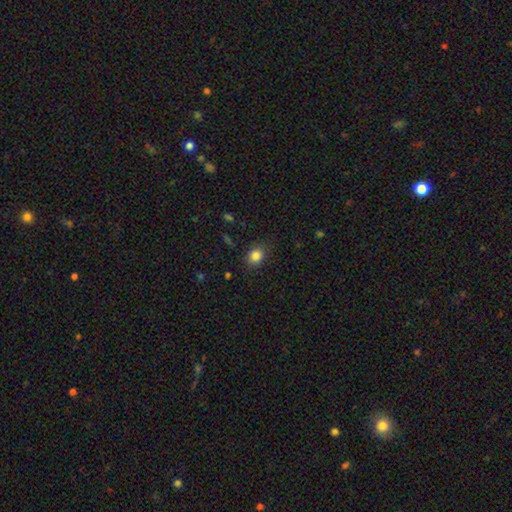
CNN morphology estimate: The model was most divided on "how rounded": round: 53%, in between: 46%, cigar-shaped: 1%. More confident: smooth or featured — smooth (84%); merging — none (79%).